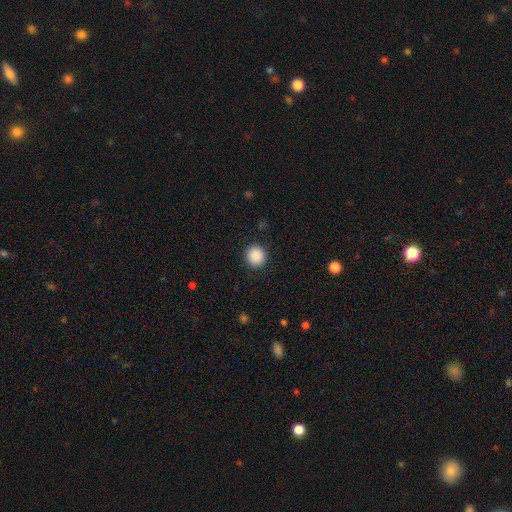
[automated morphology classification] Smooth or featured: smooth — 89% (star or artifact — 9%)
How rounded: round — 93% (in between — 7%)
Merging: none — 91% (minor disturbance — 6%)